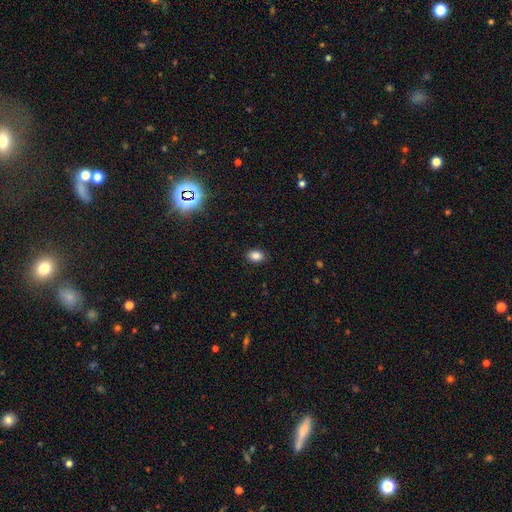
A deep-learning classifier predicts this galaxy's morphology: This is clearly a smooth galaxy (85%). How rounded: likely in between (75%). Merging: clearly none (89%).